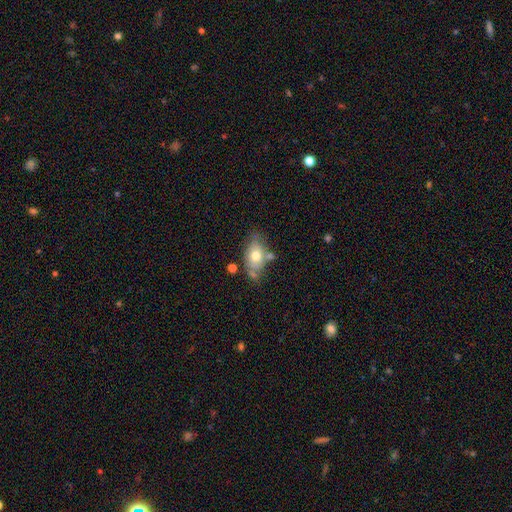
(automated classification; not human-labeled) Smooth or featured?
  - smooth: 65% *
  - featured or disk: 27%
  - star or artifact: 8%
How rounded?
  - in between: 86% *
  - round: 11%
  - cigar-shaped: 3%
Merging?
  - none: 55% *
  - minor disturbance: 23%
  - merger: 15%
  - major disturbance: 7%